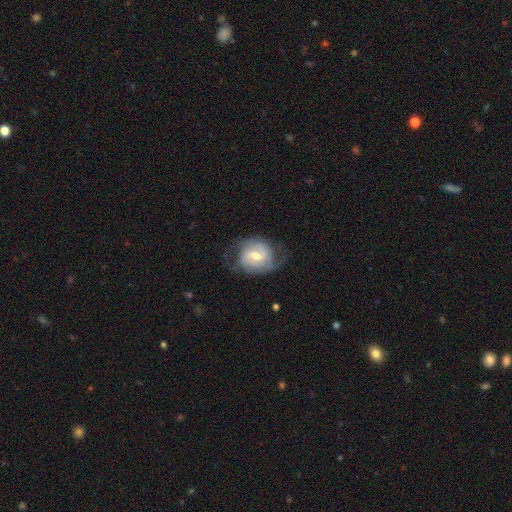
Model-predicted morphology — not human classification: Q: Smooth or featured?
A: featured or disk (73%); runner-up: smooth (21%)
Q: Edge-on disk?
A: no (97%); runner-up: yes (3%)
Q: Bar?
A: weak (59%); runner-up: no (24%)
Q: Spiral arms?
A: yes (90%); runner-up: no (10%)
Q: Spiral winding?
A: medium (42%); runner-up: tight (38%)
Q: Spiral arm count?
A: 2 (69%); runner-up: can't tell (18%)
Q: Bulge size?
A: moderate (58%); runner-up: small (34%)
Q: Merging?
A: none (60%); runner-up: minor disturbance (24%)